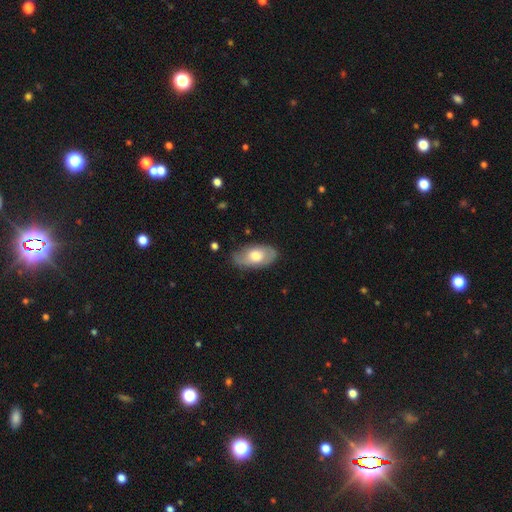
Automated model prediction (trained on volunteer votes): This is possibly a smooth galaxy (57%). How rounded: clearly in between (93%). Merging: likely none (73%).